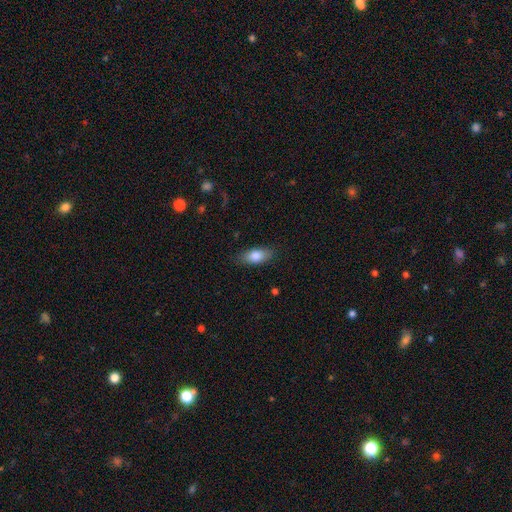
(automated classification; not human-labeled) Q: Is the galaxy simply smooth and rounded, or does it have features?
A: smooth — 83%.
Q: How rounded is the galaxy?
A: in between — 85%.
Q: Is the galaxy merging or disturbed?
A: none — 84%.